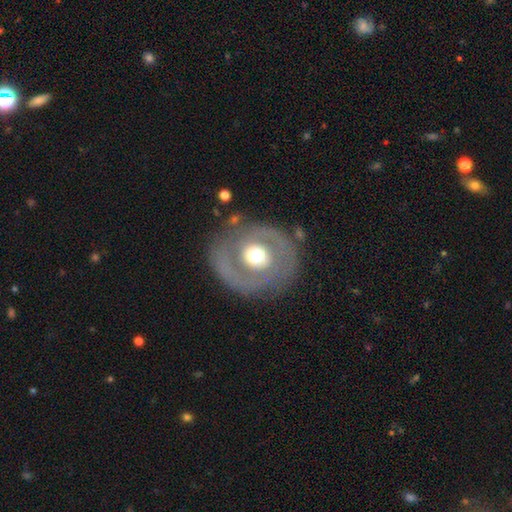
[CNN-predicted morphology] This is possibly a featured or disk galaxy (58%). It is clearly not viewed edge-on (95%). Bar: likely no (77%). Spiral arm pattern: likely no (73%). Central bulge: likely moderate (62%). Merging: likely none (76%).